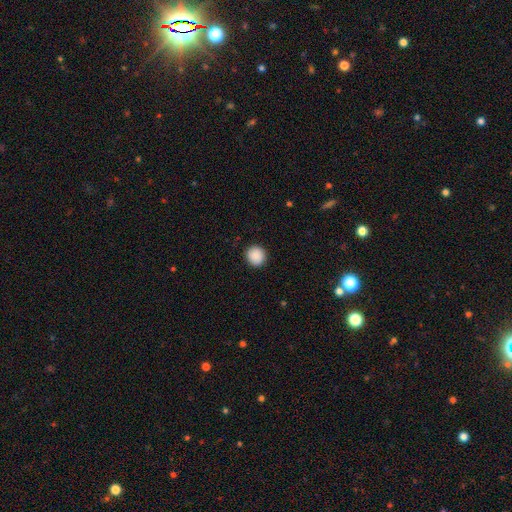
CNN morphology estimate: This appears to be a smooth galaxy with no disk features (90%) that is round (93%). Merging: none (92%).